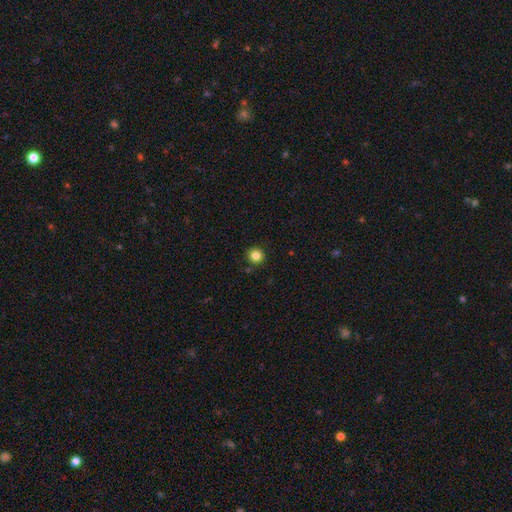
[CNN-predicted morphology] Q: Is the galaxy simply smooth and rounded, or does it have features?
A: smooth — 83%.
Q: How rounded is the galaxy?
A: round — 94%.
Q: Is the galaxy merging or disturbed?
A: none — 90%.